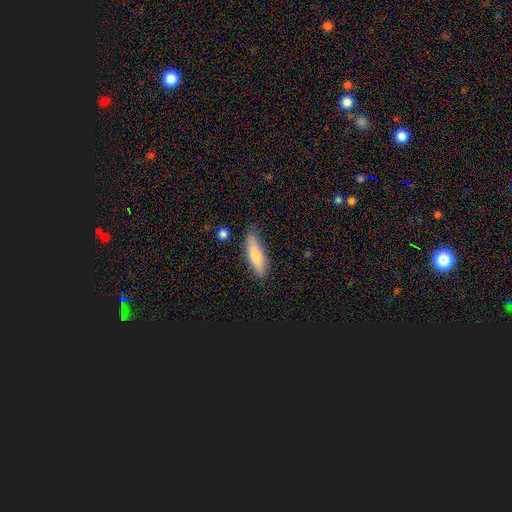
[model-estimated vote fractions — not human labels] Smooth or featured: smooth — 71% (featured or disk — 22%)
How rounded: cigar-shaped — 60% (in between — 38%)
Merging: none — 81% (minor disturbance — 15%)